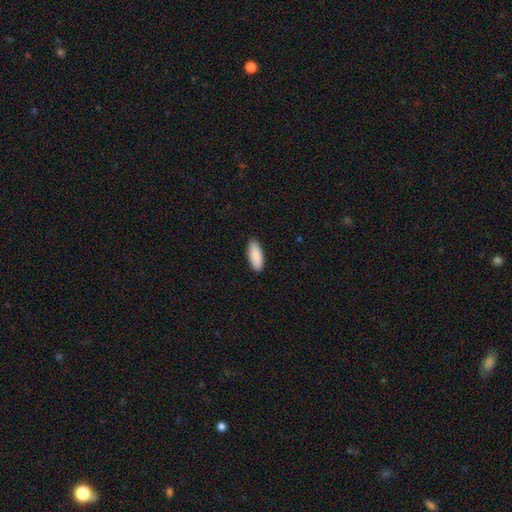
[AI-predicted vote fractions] smooth-or-featured: smooth: 91% | star or artifact: 5% | featured or disk: 4%
  how-rounded: in between: 79% | cigar-shaped: 19% | round: 2%
  merging: none: 90% | minor disturbance: 8% | major disturbance: 2% | merger: 1%